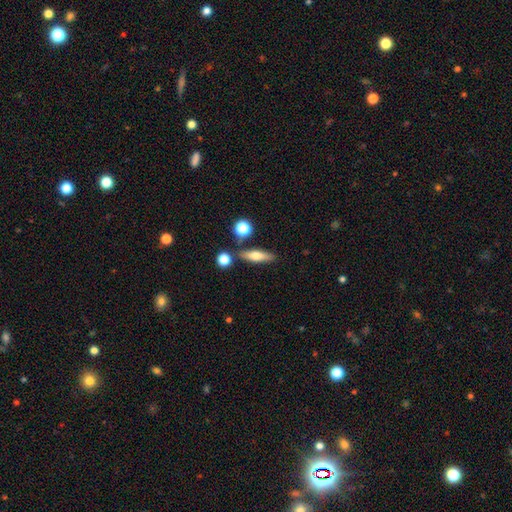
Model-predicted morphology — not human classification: A smooth galaxy with no disk features (61%) that is cigar-shaped (60%). Merging: none (78%).